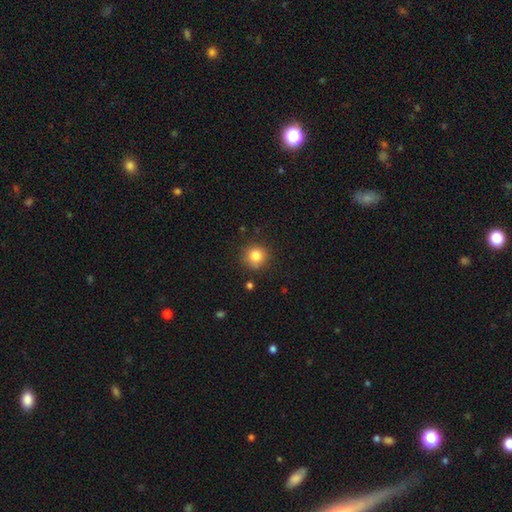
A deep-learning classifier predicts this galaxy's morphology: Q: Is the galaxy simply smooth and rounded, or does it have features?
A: smooth — 83%.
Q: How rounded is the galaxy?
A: round — 92%.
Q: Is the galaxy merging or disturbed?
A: none — 83%.